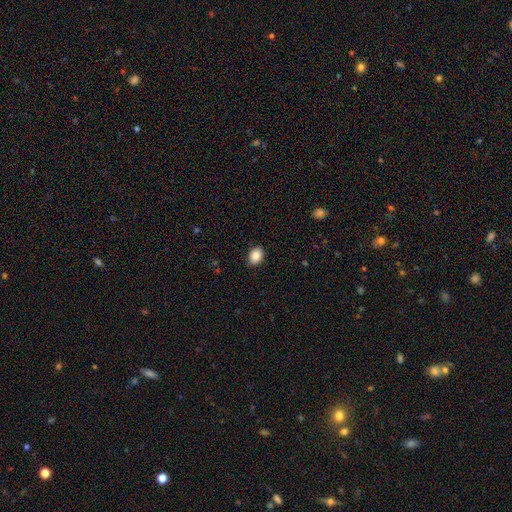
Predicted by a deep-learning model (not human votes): Q: Smooth or featured?
A: smooth (86%); runner-up: star or artifact (8%)
Q: How rounded?
A: in between (71%); runner-up: round (28%)
Q: Merging?
A: none (88%); runner-up: minor disturbance (9%)